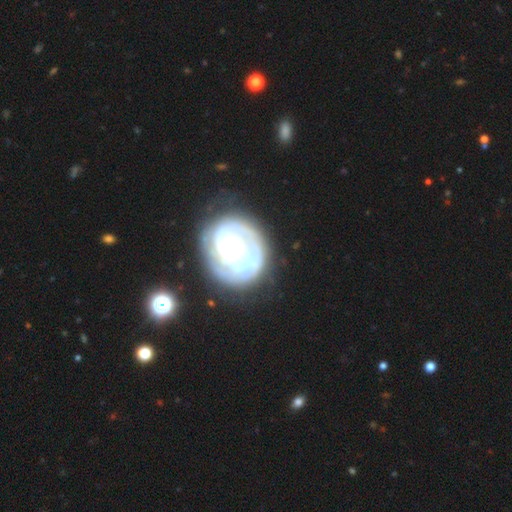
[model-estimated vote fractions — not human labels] Smooth or featured: featured or disk — 77% (smooth — 16%)
Edge-on disk: no — 98% (yes — 2%)
Bar: no — 64% (weak — 25%)
Spiral arms: yes — 84% (no — 16%)
Spiral winding: tight — 63% (medium — 26%)
Spiral arm count: 1 — 33% (2 — 30%)
Bulge size: moderate — 39% (large — 38%)
Merging: none — 61% (minor disturbance — 20%)